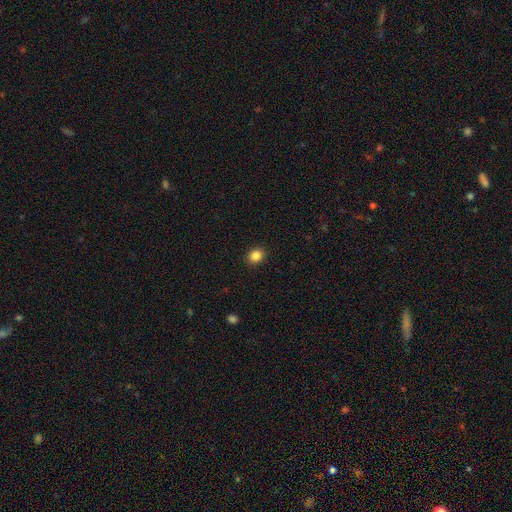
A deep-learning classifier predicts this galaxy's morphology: This appears to be a smooth galaxy with no disk features (85%) that is round (69%). Merging: none (91%).